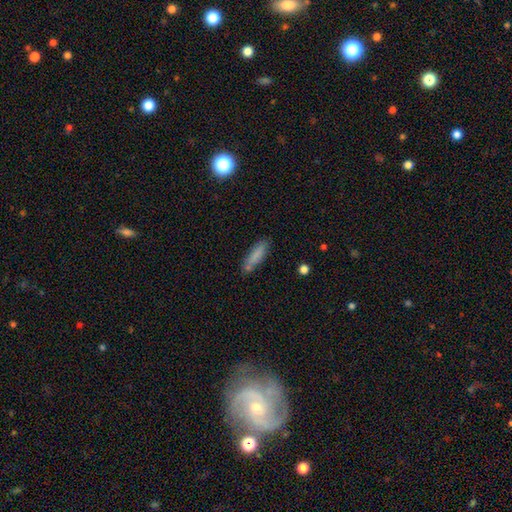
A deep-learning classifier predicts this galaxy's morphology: Smooth or featured? smooth (80%)
How rounded? cigar-shaped (68%)
Merging? none (72%)